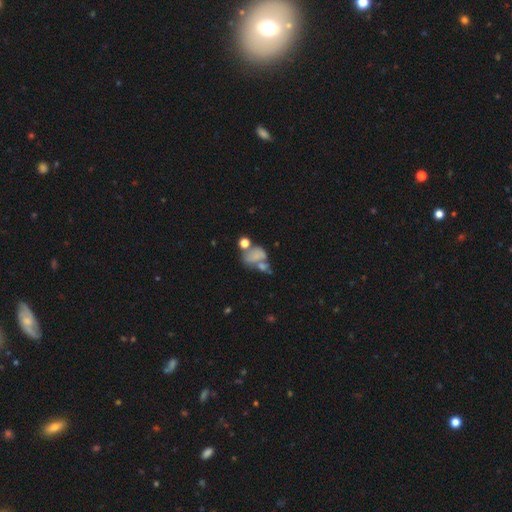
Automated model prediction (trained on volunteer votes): smooth_or_featured: smooth (p=0.62) [alt: featured or disk p=0.24]
how_rounded: in between (p=0.67) [alt: round p=0.31]
merging: merger (p=0.40) [alt: none p=0.24]